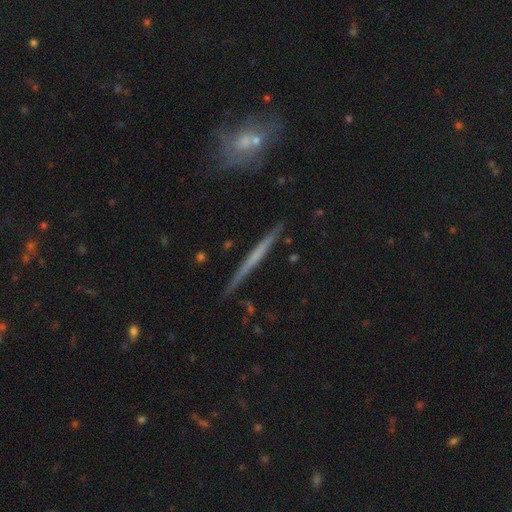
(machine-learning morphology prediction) Smooth or featured? featured or disk (55%)
Edge-on disk? yes (97%)
Edge-on bulge? none (88%)
Merging? none (89%)